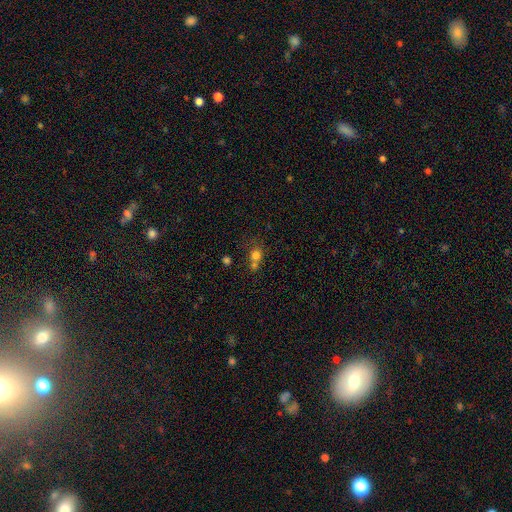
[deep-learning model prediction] Overall: smooth (75%). How rounded: round (79%). Merging: none (43%, tied with merger).